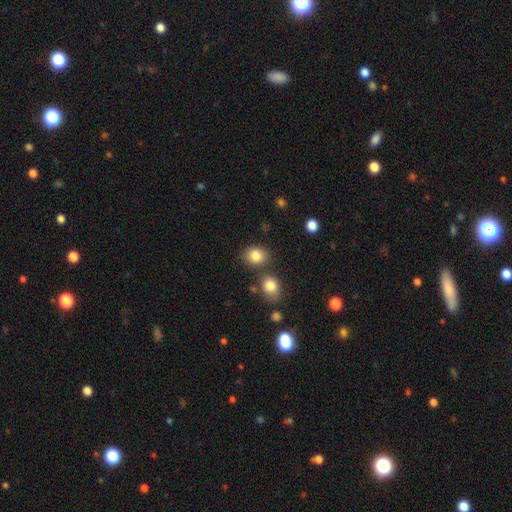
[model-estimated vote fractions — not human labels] This appears to be a smooth galaxy with no disk features (84%) that is round (50%). Merging: none (73%).